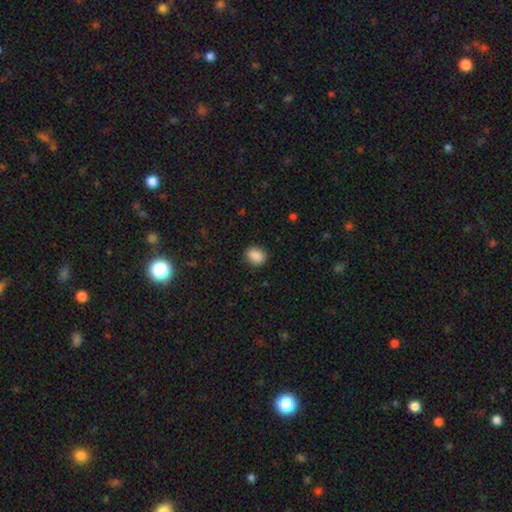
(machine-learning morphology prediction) type=smooth (87%); roundness=in between (51%); merging=none (85%).